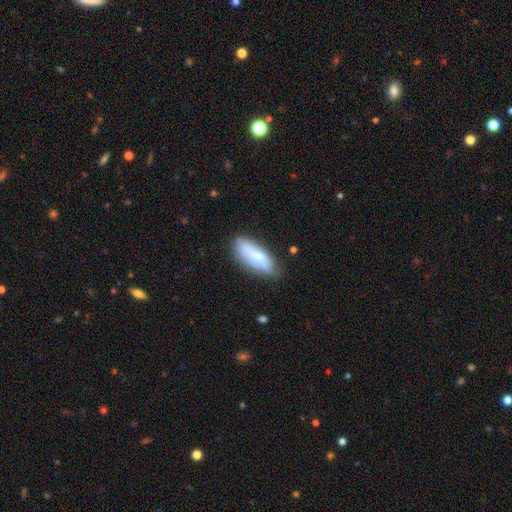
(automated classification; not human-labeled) A smooth galaxy with no disk features (68%) that is in between round and cigar-shaped (68%).

Vote fractions:
- Smooth or featured? smooth: 68% / featured or disk: 25% / star or artifact: 7%
- How rounded? in between: 68% / cigar-shaped: 30% / round: 2%
- Merging? none: 74% / minor disturbance: 20% / major disturbance: 4% / merger: 2%